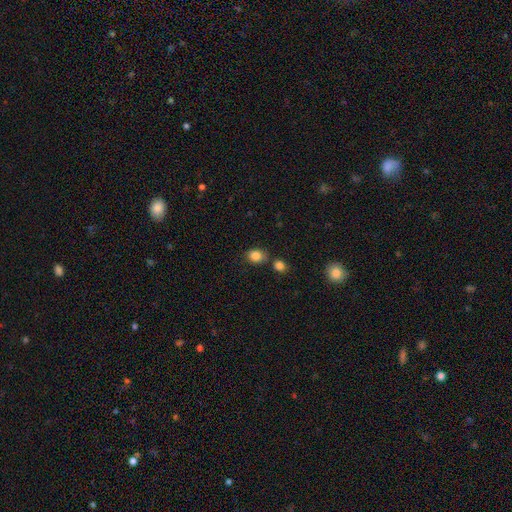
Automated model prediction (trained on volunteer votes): smooth-or-featured: smooth: 84% | star or artifact: 10% | featured or disk: 5%
  how-rounded: round: 58% | in between: 41% | cigar-shaped: 1%
  merging: none: 68% | merger: 16% | minor disturbance: 12% | major disturbance: 3%